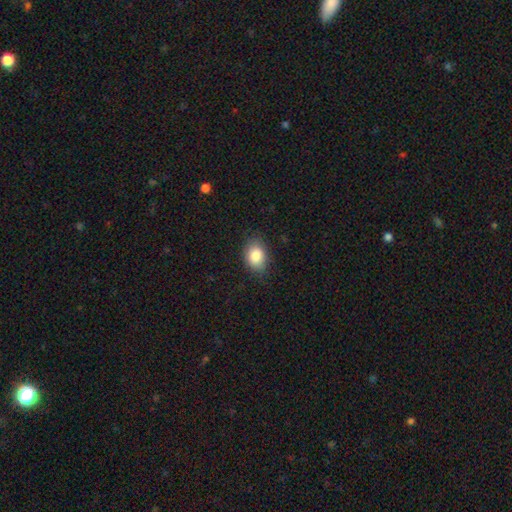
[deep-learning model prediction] smooth_or_featured: smooth (p=0.86) [alt: star or artifact p=0.08]
how_rounded: in between (p=0.76) [alt: round p=0.23]
merging: none (p=0.81) [alt: minor disturbance p=0.15]